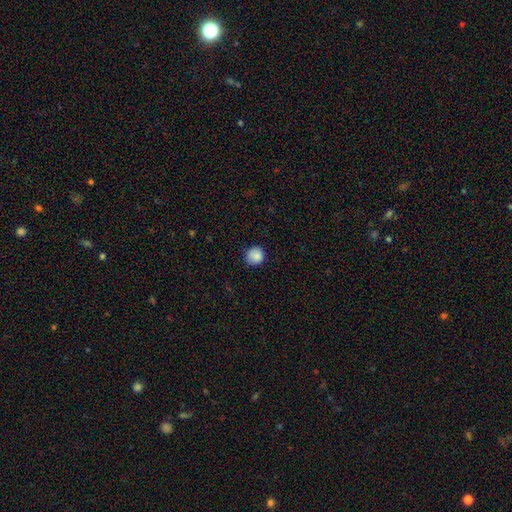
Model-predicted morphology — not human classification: Smooth or featured? smooth (86%)
How rounded? round (87%)
Merging? none (79%)